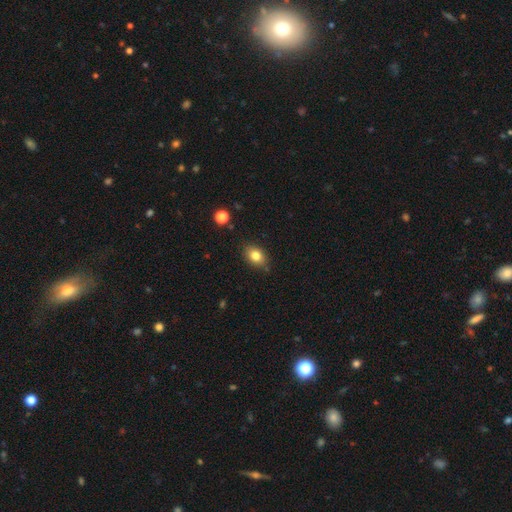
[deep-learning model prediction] A smooth galaxy with no disk features (81%) that is in between round and cigar-shaped (72%). Merging: none (82%).